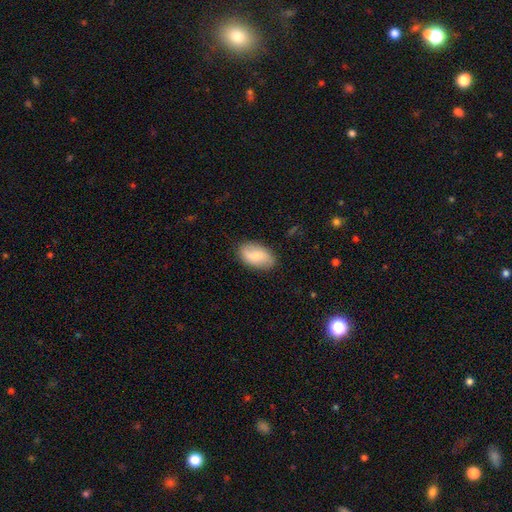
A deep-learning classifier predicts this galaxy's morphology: This appears to be a smooth galaxy with no disk features (63%) that is in between round and cigar-shaped (92%). Merging: none (83%).